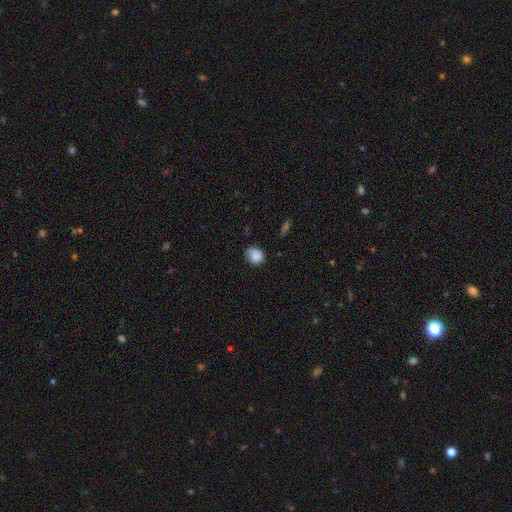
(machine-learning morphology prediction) smooth_or_featured: smooth (p=0.84) [alt: star or artifact p=0.09]
how_rounded: round (p=0.64) [alt: in between p=0.35]
merging: none (p=0.61) [alt: minor disturbance p=0.29]